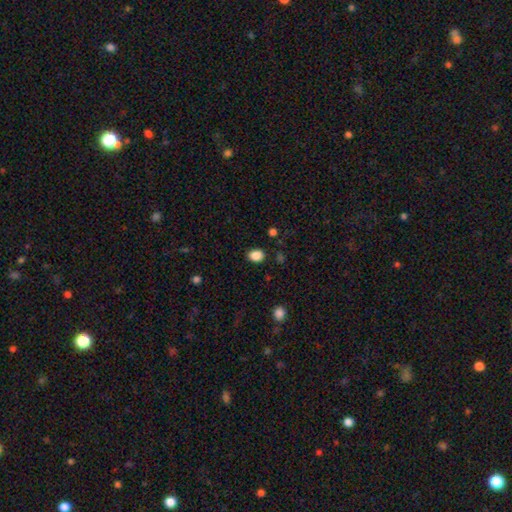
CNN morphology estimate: A smooth galaxy with no disk features (87%) that is in between round and cigar-shaped (62%). Merging: none (85%).